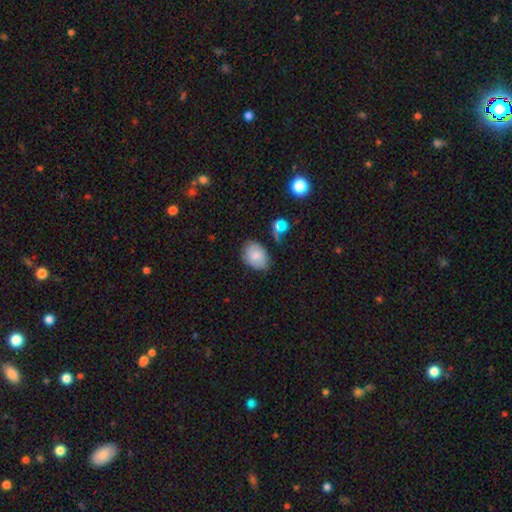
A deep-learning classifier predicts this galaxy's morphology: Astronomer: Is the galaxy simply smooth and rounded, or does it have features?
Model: smooth — 76%.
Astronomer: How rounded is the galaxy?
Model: in between — 72%.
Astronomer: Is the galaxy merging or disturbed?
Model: none — 70%.